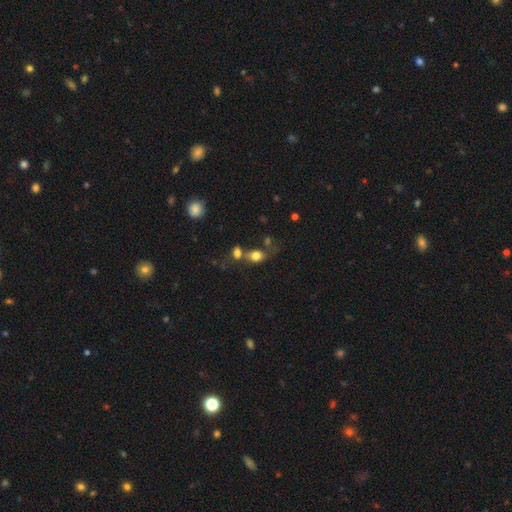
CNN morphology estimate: smooth-or-featured: smooth: 78% | star or artifact: 11% | featured or disk: 11%
  how-rounded: in between: 64% | round: 34% | cigar-shaped: 2%
  merging: merger: 40% | none: 38% | minor disturbance: 14% | major disturbance: 9%